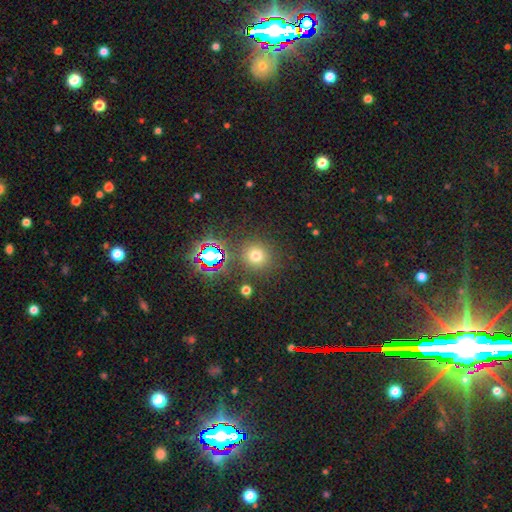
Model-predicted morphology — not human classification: Smooth or featured? Predicted: smooth (p=0.65). How rounded? Predicted: round (p=0.91). Merging? Predicted: none (p=0.84).